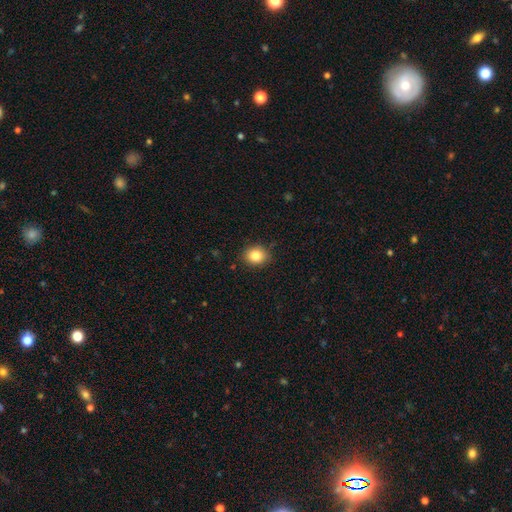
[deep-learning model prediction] A smooth galaxy with no disk features (84%) that is round (67%). Merging: none (87%).